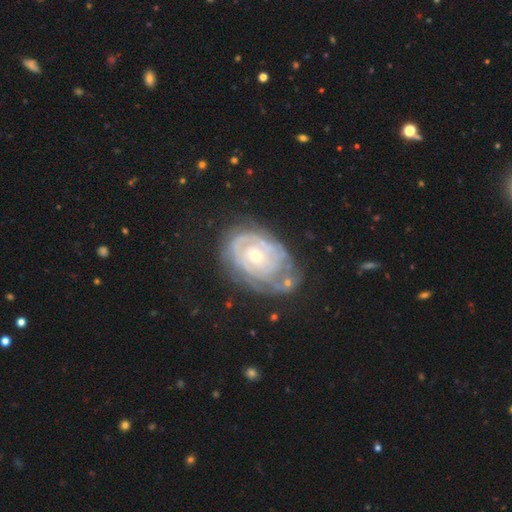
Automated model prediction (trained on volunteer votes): This is clearly a featured or disk galaxy (82%). It is clearly not viewed edge-on (96%). Bar: likely no (75%). Spiral arm pattern: clearly yes (84%). Spiral arm count: possibly can't tell (51%). Spiral winding: likely tight (78%). Central bulge: possibly moderate (51%). Merging: possibly none (54%).